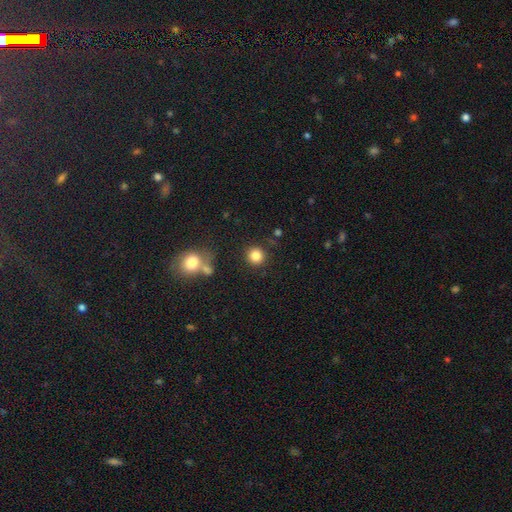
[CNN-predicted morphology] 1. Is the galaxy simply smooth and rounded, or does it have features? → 84% smooth, 11% star or artifact, 5% featured or disk.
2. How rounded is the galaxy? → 92% round, 7% in between, 1% cigar-shaped.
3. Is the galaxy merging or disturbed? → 85% none, 8% minor disturbance, 5% merger, 3% major disturbance.